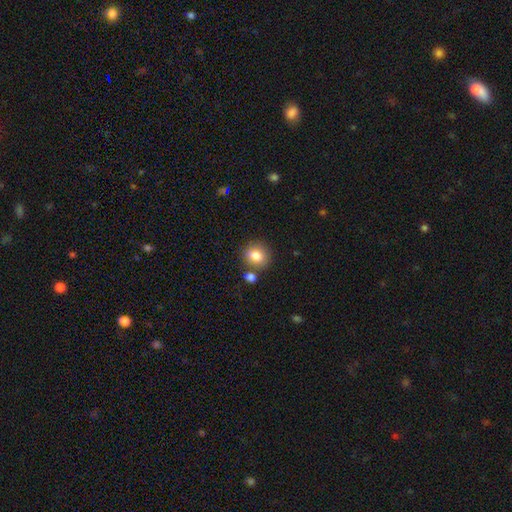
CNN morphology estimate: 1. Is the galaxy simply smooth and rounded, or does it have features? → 82% smooth, 10% star or artifact, 9% featured or disk.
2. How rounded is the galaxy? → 78% round, 21% in between, 1% cigar-shaped.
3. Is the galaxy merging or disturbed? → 76% none, 11% merger, 10% minor disturbance, 3% major disturbance.